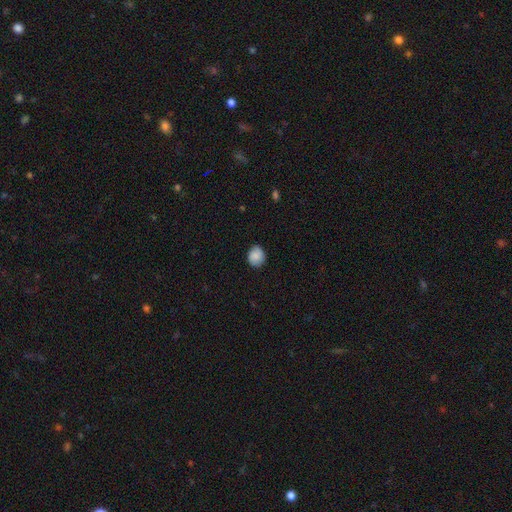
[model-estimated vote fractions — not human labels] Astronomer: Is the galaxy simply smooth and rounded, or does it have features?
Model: smooth — 87%.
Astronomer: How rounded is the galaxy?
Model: round — 70%.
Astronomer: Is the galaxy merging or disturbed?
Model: none — 84%.